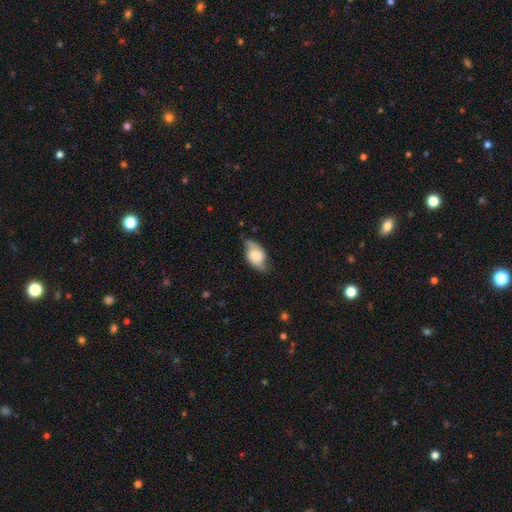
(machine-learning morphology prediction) A smooth galaxy with no disk features (54%) that is in between round and cigar-shaped (86%).

Vote fractions:
- Smooth or featured? smooth: 54% / featured or disk: 38% / star or artifact: 8%
- How rounded? in between: 86% / round: 11% / cigar-shaped: 3%
- Merging? none: 58% / minor disturbance: 31% / major disturbance: 10% / merger: 2%